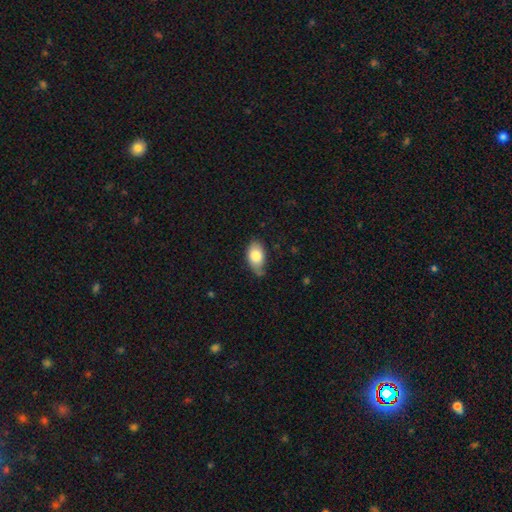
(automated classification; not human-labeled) Morphology: type=smooth (81%); roundness=in between (92%); merging=none (60%).